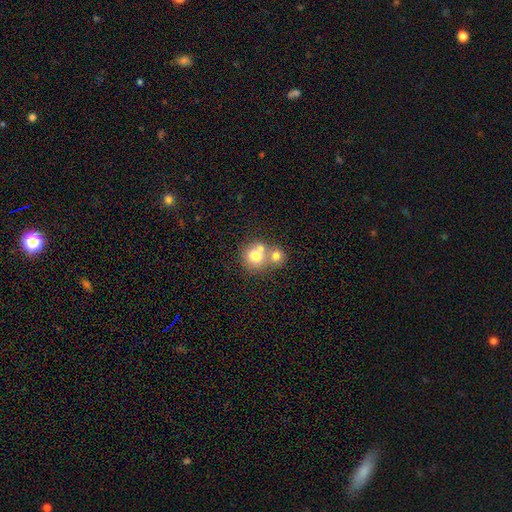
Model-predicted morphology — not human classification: A smooth galaxy with no disk features (70%) that is round (83%).

Vote fractions:
- Smooth or featured? smooth: 70% / featured or disk: 19% / star or artifact: 11%
- How rounded? round: 83% / in between: 16% / cigar-shaped: 1%
- Merging? merger: 54% / none: 36% / minor disturbance: 7% / major disturbance: 3%